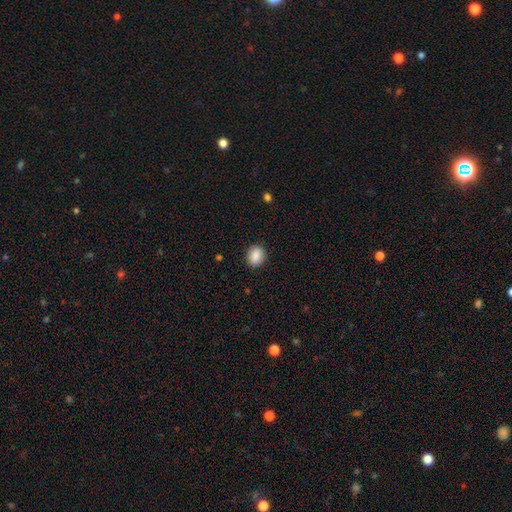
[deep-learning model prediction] Morphology: type=smooth (88%); roundness=round (58%); merging=none (89%).